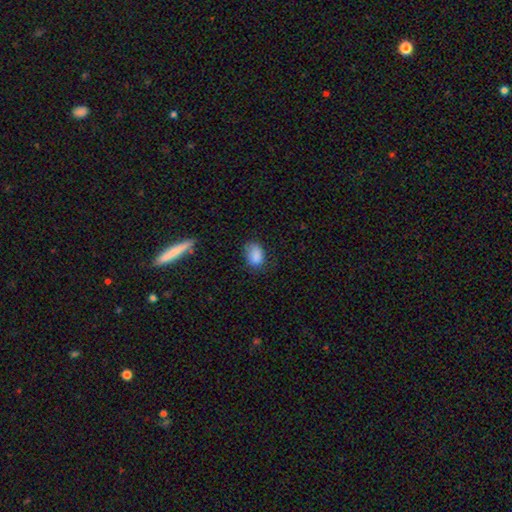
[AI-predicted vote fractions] Smooth or featured? smooth (85%)
How rounded? in between (75%)
Merging? none (64%)